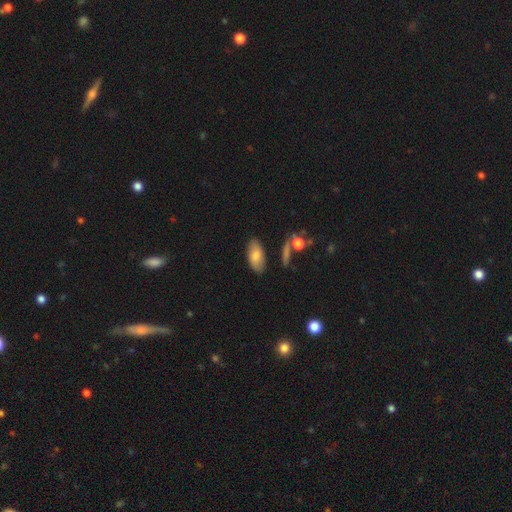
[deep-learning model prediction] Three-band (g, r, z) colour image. It shows a smooth galaxy with no disk features (75%) that is in between round and cigar-shaped (90%). Merging: none (79%).